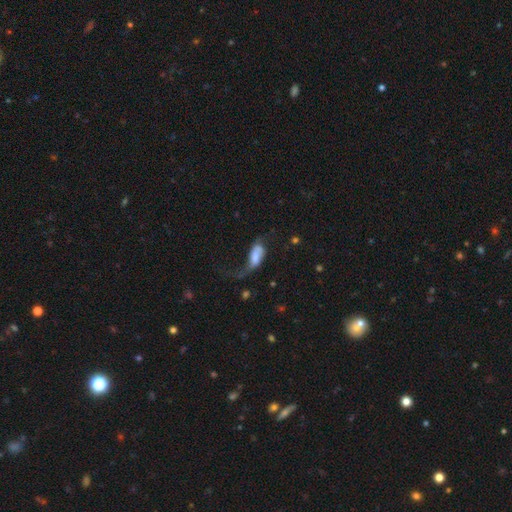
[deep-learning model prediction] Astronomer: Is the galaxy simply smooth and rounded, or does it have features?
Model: smooth — 55% (runner-up: featured or disk, 37%).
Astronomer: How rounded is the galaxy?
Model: in between — 85%.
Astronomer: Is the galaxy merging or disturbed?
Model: major disturbance — 55%.